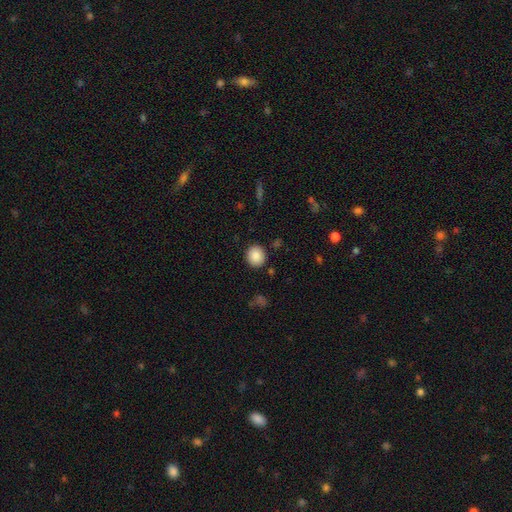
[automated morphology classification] smooth 88%, star or artifact 8%, featured or disk 4%. Down the decision tree: how rounded — round (88%); merging — none (89%).